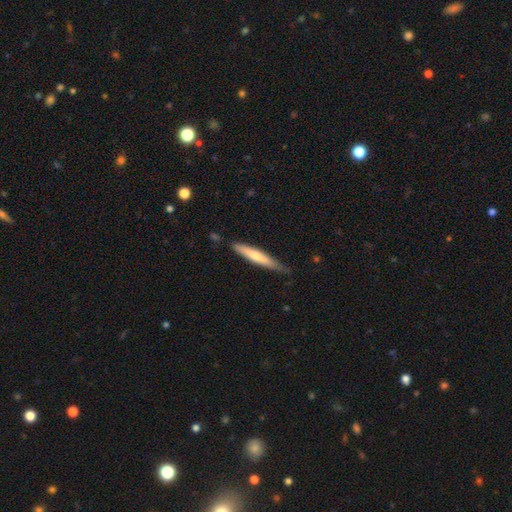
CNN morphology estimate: A smooth galaxy with no disk features (59%) that is cigar-shaped (92%). Merging: none (71%).